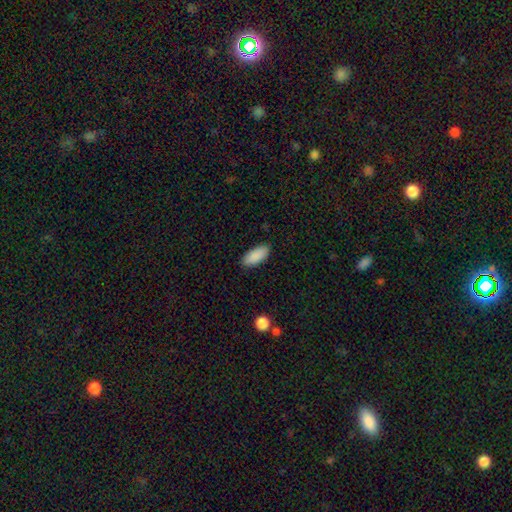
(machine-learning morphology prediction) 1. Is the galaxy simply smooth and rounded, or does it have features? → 90% smooth, 6% star or artifact, 4% featured or disk.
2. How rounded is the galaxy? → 87% in between, 12% cigar-shaped, 2% round.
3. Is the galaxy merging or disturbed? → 88% none, 9% minor disturbance, 2% major disturbance, 1% merger.